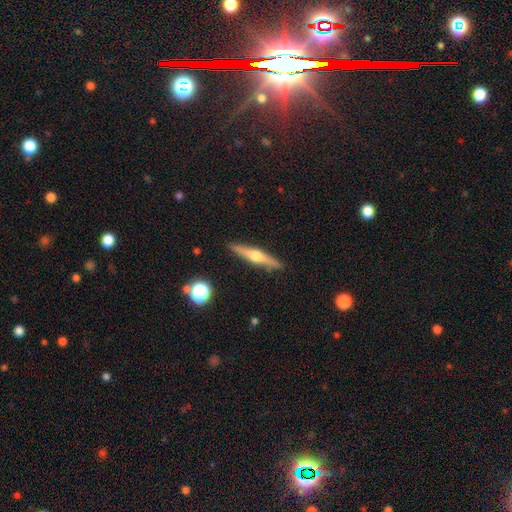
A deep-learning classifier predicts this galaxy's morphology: Q: Smooth or featured?
A: featured or disk (67%); runner-up: smooth (27%)
Q: Edge-on disk?
A: yes (97%); runner-up: no (3%)
Q: Edge-on bulge?
A: rounded (93%); runner-up: none (4%)
Q: Merging?
A: none (90%); runner-up: minor disturbance (7%)